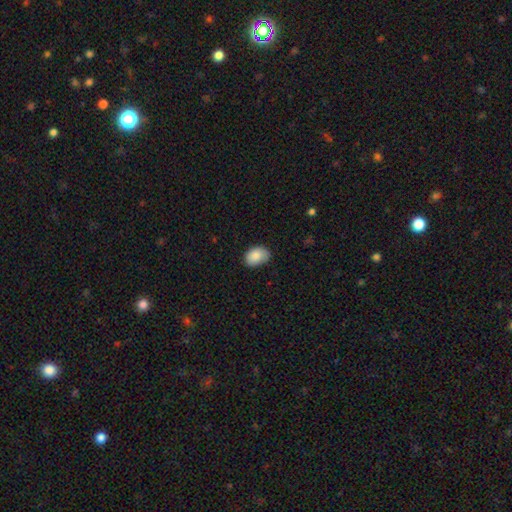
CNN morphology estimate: This appears to be a smooth galaxy with no disk features (87%) that is in between round and cigar-shaped (81%). Merging: none (76%).